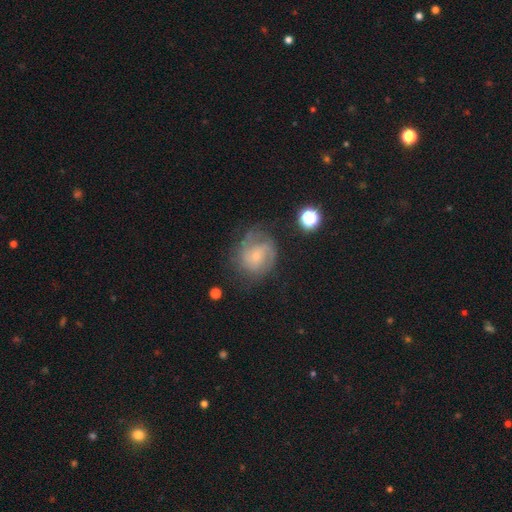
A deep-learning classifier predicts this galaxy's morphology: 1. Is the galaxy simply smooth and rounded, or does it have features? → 70% featured or disk, 21% smooth, 9% star or artifact.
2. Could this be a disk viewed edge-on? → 98% no, 2% yes.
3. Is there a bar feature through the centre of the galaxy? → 62% no, 33% weak, 5% strong.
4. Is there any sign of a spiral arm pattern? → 90% yes, 10% no.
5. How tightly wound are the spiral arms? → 42% tight (tied), 42% medium (tied), 15% loose.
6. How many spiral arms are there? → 42% 2, 29% can't tell, 14% 3, 7% 1, 4% 4, 3% more than 4.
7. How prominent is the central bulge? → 68% small, 23% moderate, 6% none, 2% large, 1% dominant.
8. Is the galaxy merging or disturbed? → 61% none, 22% minor disturbance, 14% major disturbance, 2% merger.